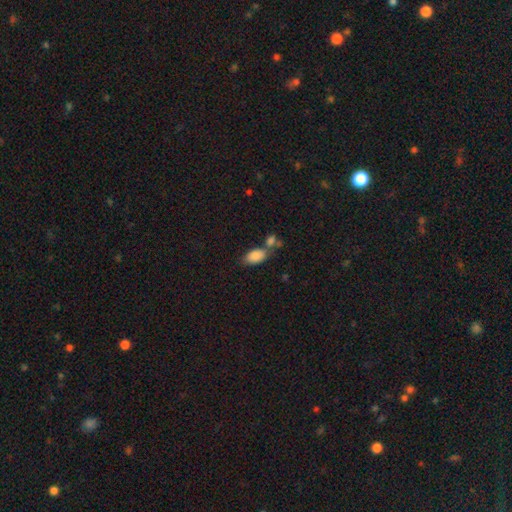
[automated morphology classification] This is clearly a smooth galaxy (86%). How rounded: clearly in between (92%). Merging: possibly none (47%).